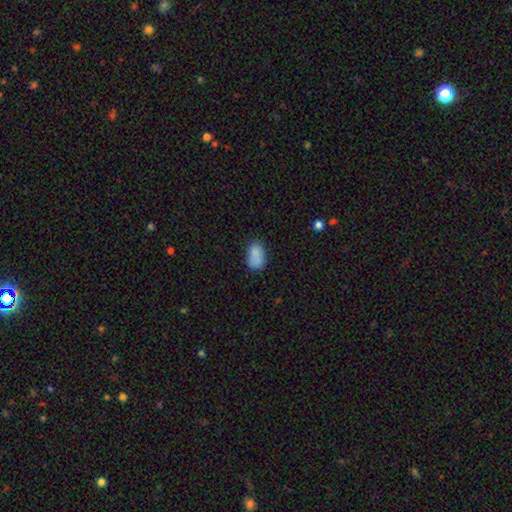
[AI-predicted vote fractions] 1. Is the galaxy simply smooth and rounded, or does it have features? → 84% smooth, 9% star or artifact, 7% featured or disk.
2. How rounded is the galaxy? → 90% in between, 8% round, 2% cigar-shaped.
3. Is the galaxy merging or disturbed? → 64% none, 23% minor disturbance, 6% major disturbance, 6% merger.